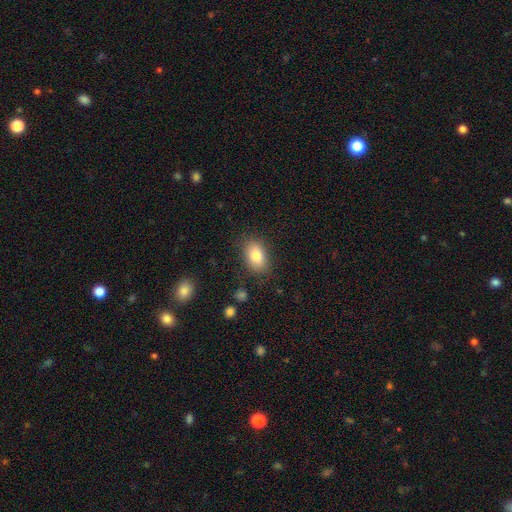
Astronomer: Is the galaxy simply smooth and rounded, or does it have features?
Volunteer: smooth — 92%.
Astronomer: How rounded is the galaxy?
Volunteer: in between — 91%.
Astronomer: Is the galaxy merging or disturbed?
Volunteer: none — 75%.